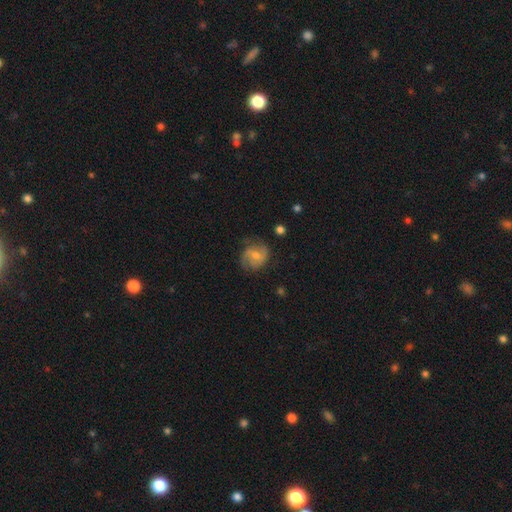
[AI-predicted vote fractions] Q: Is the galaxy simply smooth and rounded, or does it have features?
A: featured or disk — 63%.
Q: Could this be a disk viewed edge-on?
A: no — 97%.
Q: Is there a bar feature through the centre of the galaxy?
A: weak — 46%.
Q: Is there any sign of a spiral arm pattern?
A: yes — 89%.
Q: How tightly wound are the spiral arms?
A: medium — 47%.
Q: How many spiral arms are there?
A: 2 — 69%.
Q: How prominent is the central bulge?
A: small — 48%.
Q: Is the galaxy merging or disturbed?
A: none — 68%.